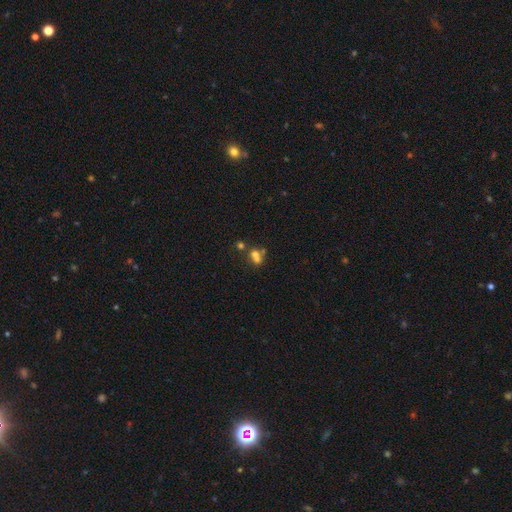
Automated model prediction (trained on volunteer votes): The model was most divided on "merging": merger: 58%, none: 29%, minor disturbance: 7%, major disturbance: 5%. More confident: how rounded — round (67%); smooth or featured — smooth (62%).